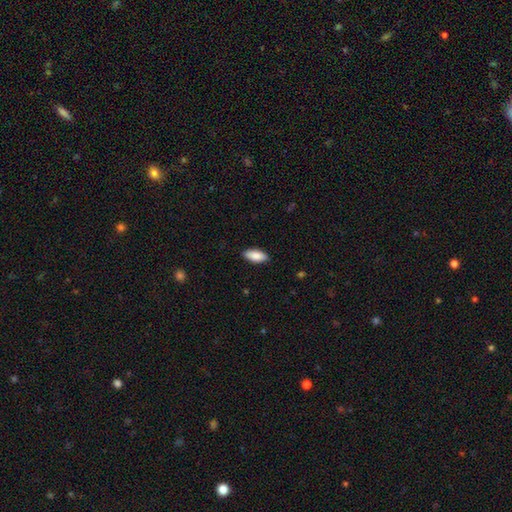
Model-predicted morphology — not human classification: smooth_or_featured: smooth (p=0.88) [alt: featured or disk p=0.07]
how_rounded: in between (p=0.87) [alt: cigar-shaped p=0.11]
merging: none (p=0.88) [alt: minor disturbance p=0.09]